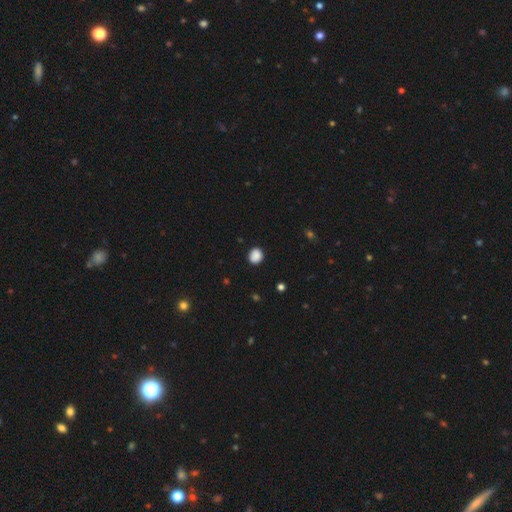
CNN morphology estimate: Smooth or featured?
  - smooth: 87% *
  - star or artifact: 9%
  - featured or disk: 3%
How rounded?
  - round: 72% *
  - in between: 27%
  - cigar-shaped: 1%
Merging?
  - none: 87% *
  - minor disturbance: 10%
  - major disturbance: 2%
  - merger: 1%